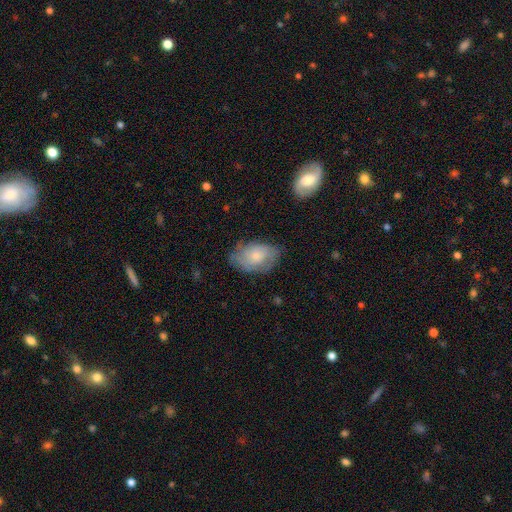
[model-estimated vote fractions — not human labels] Overall: smooth (50%; featured or disk 42%). How rounded: in between (88%). Merging: none (67%).